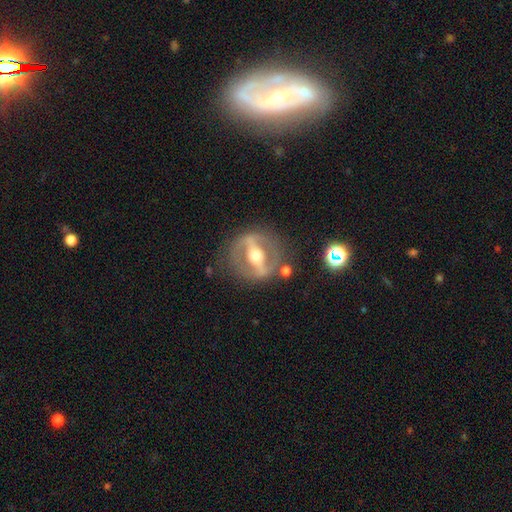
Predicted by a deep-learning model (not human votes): Smooth or featured: featured or disk — 81% (smooth — 13%)
Edge-on disk: no — 80% (yes — 20%)
Bar: strong — 77% (weak — 14%)
Spiral arms: no — 68% (yes — 32%)
Bulge size: moderate — 72% (small — 13%)
Merging: none — 76% (minor disturbance — 12%)